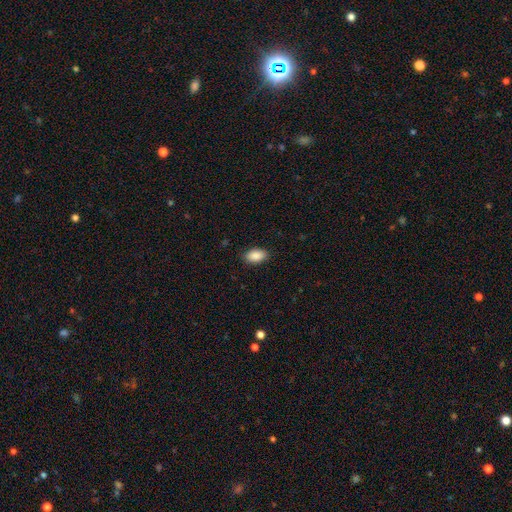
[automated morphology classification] type=smooth (89%); roundness=in between (92%); merging=none (88%).